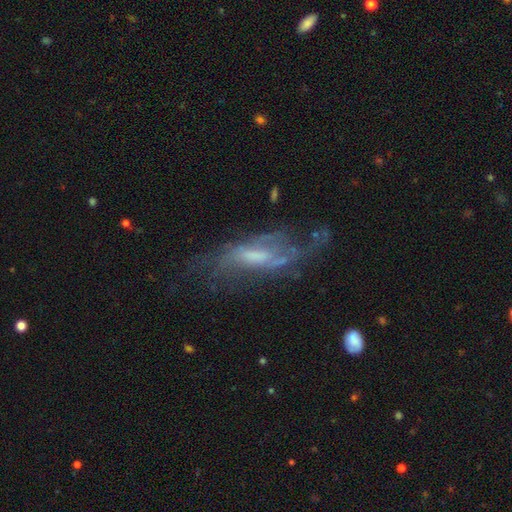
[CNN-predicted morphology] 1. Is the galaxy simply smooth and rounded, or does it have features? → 69% featured or disk, 21% smooth, 10% star or artifact.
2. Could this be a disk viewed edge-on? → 82% no, 18% yes.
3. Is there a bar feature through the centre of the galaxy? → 42% weak, 38% no, 20% strong.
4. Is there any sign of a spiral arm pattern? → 69% yes, 31% no.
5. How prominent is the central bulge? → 35% moderate, 29% small, 26% none, 9% large, 2% dominant.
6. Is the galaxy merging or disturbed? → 44% none, 30% major disturbance, 21% minor disturbance, 5% merger.